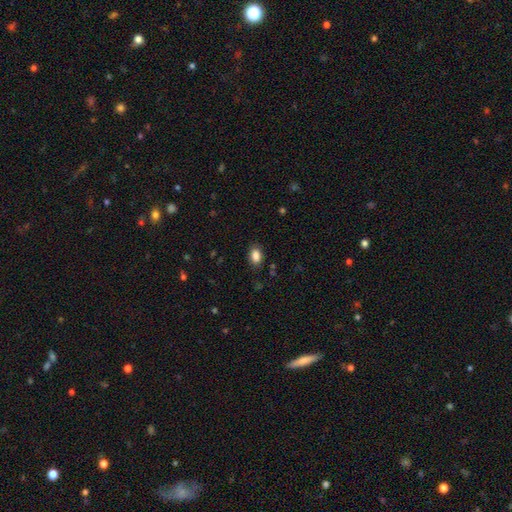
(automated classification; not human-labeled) Q: Smooth or featured?
A: smooth (86%); runner-up: star or artifact (9%)
Q: How rounded?
A: in between (86%); runner-up: round (12%)
Q: Merging?
A: none (85%); runner-up: minor disturbance (11%)